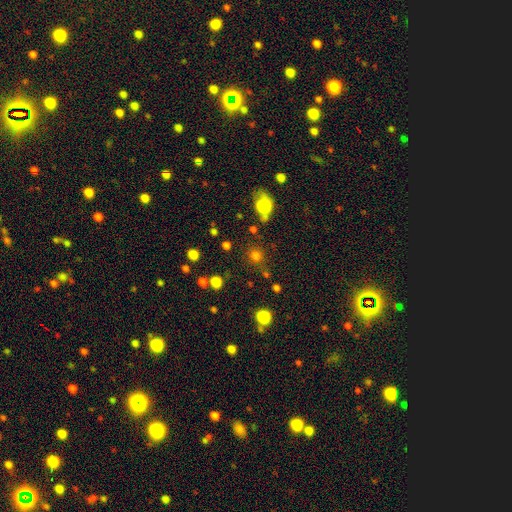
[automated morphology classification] type=smooth (73%); roundness=round (90%); merging=none (77%).